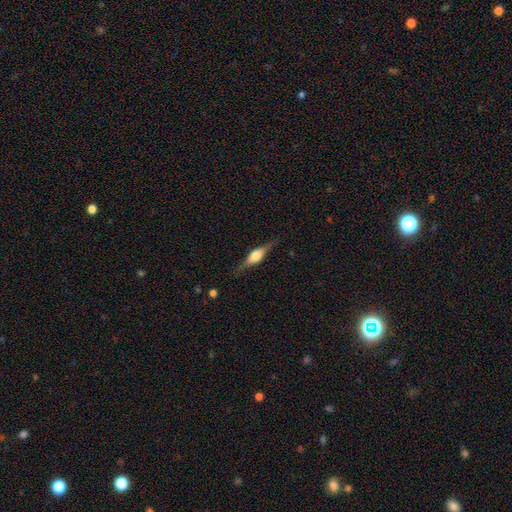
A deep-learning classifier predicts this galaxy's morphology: A featured or disk galaxy (63%) viewed edge-on (94%) with a rounded central bulge (88%).

Vote fractions:
- Smooth or featured? featured or disk: 63% / smooth: 30% / star or artifact: 7%
- Edge-on disk? yes: 94% / no: 6%
- Edge-on bulge? rounded: 88% / boxy: 10% / none: 2%
- Merging? none: 79% / minor disturbance: 15% / major disturbance: 5% / merger: 1%